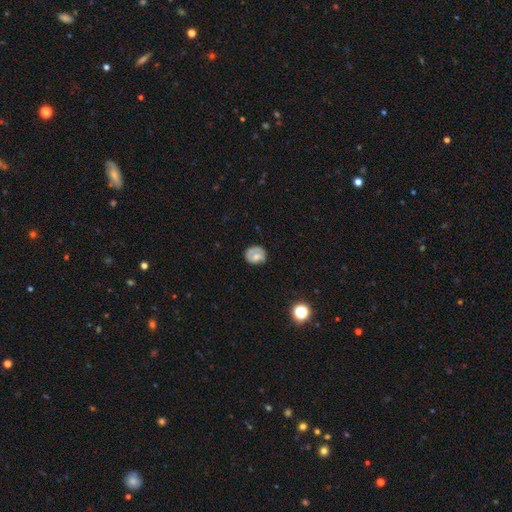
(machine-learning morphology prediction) type=smooth (55%); roundness=round (70%); merging=none (64%).